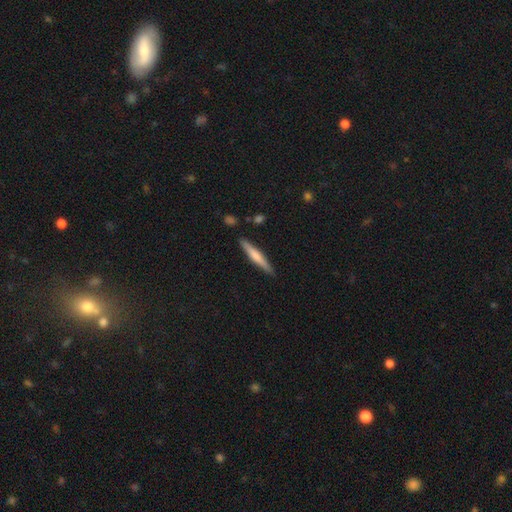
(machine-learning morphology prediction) smooth 53%, featured or disk 41%, star or artifact 5%. Down the decision tree: how rounded — cigar-shaped (94%); merging — none (88%).